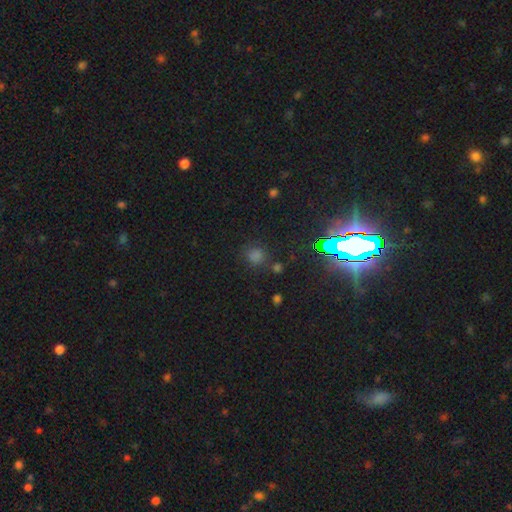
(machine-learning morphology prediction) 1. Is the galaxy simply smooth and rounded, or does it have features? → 47% star or artifact, 45% smooth, 8% featured or disk.